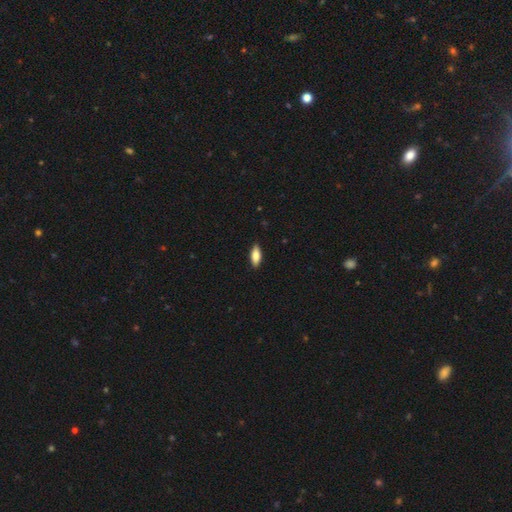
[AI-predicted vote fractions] Q: Smooth or featured?
A: smooth (80%); runner-up: featured or disk (14%)
Q: How rounded?
A: in between (75%); runner-up: cigar-shaped (22%)
Q: Merging?
A: none (89%); runner-up: minor disturbance (9%)